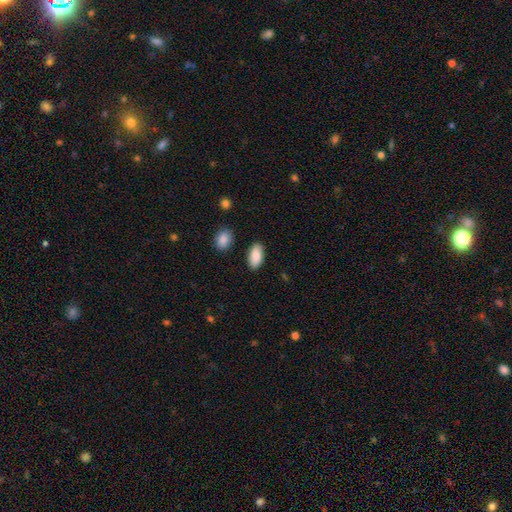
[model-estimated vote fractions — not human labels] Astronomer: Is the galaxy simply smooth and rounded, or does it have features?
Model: smooth — 88%.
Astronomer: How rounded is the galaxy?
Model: in between — 94%.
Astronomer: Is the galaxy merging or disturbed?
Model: none — 87%.